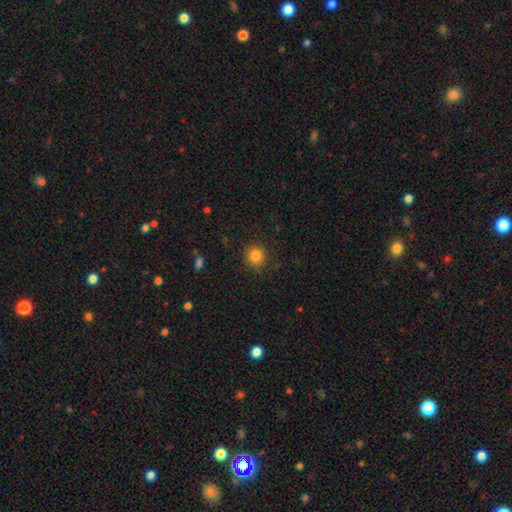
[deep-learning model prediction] Q: Smooth or featured?
A: smooth (84%); runner-up: star or artifact (11%)
Q: How rounded?
A: round (91%); runner-up: in between (8%)
Q: Merging?
A: none (89%); runner-up: minor disturbance (8%)